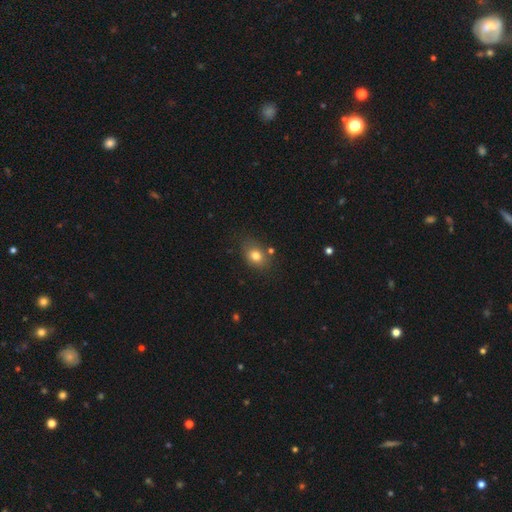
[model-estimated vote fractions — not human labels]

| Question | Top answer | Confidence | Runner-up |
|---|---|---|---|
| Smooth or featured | smooth | 78% | star or artifact (11%) |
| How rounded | in between | 60% | round (39%) |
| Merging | none | 72% | minor disturbance (17%) |